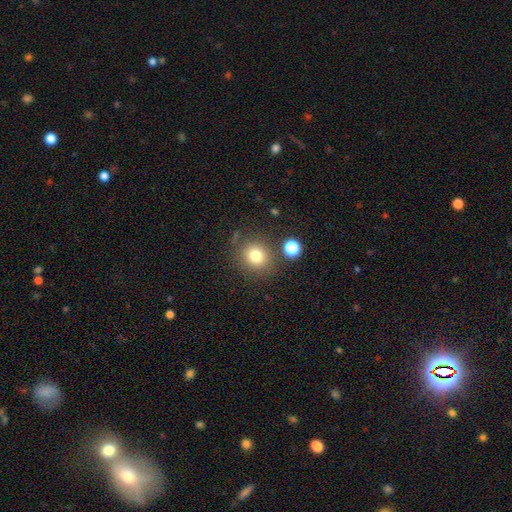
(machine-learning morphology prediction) Smooth or featured? Predicted: smooth (p=0.79). How rounded? Predicted: round (p=0.86). Merging? Predicted: none (p=0.79).